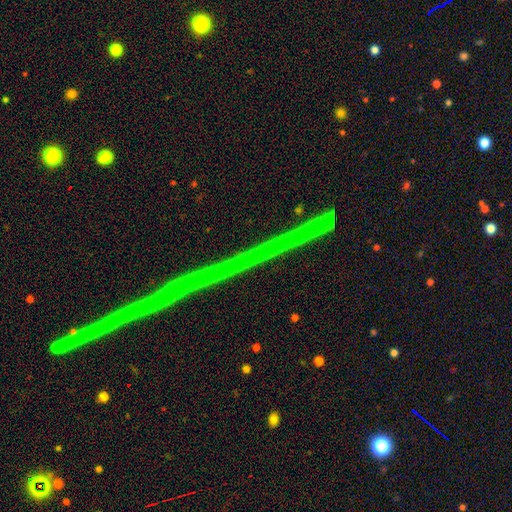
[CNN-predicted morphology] Smooth or featured?
  - star or artifact: 84% *
  - featured or disk: 11%
  - smooth: 6%